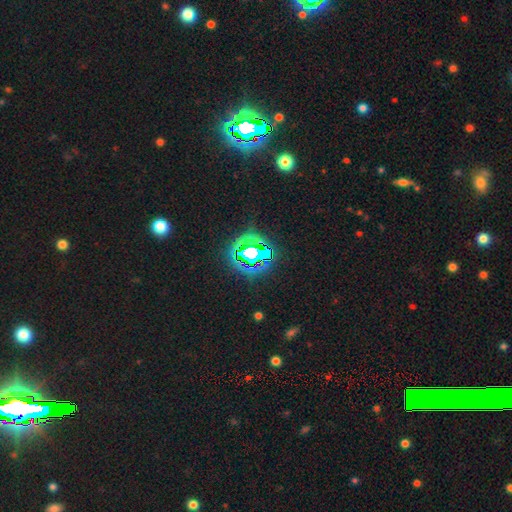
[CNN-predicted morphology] The model was most divided on "smooth or featured": star or artifact: 72%, smooth: 16%, featured or disk: 12%.